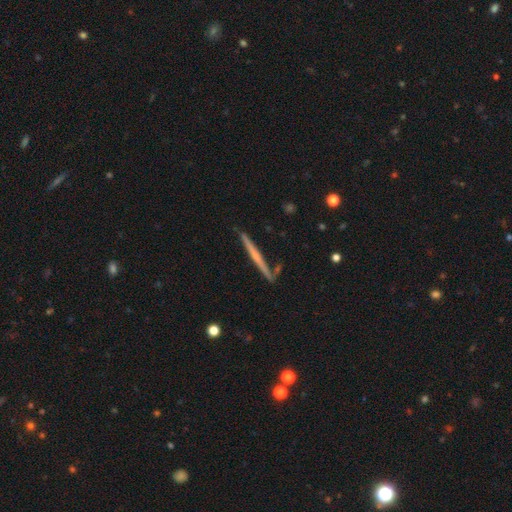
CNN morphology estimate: Overall: featured or disk (61%; smooth 33%). Edge-on disk: yes (98%). Edge-on bulge: none (67%; rounded 27%). Merging: none (85%).